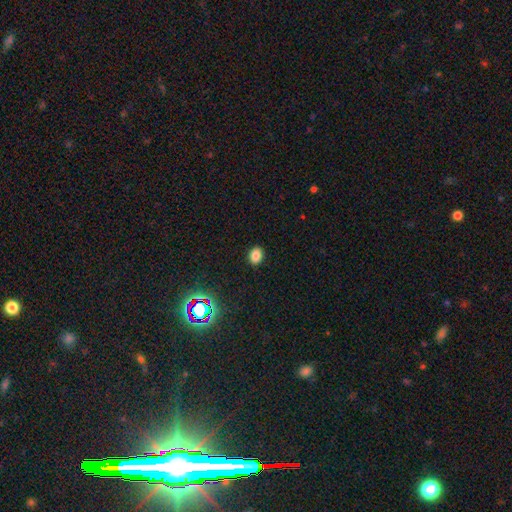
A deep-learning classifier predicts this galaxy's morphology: Smooth or featured? smooth (82%)
How rounded? in between (66%)
Merging? none (90%)